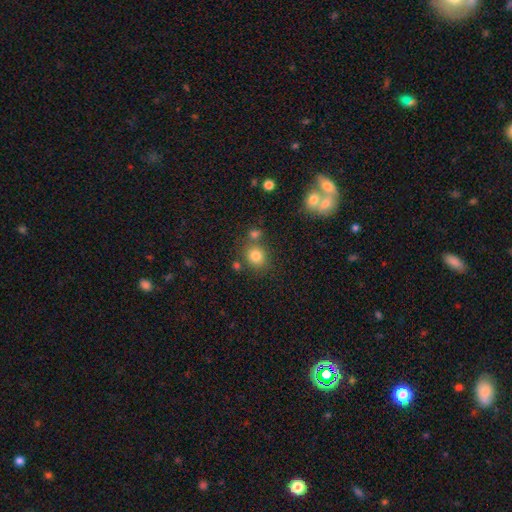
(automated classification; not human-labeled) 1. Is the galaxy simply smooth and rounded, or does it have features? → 81% smooth, 12% star or artifact, 7% featured or disk.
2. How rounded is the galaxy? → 80% round, 19% in between, 1% cigar-shaped.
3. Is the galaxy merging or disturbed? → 70% none, 15% merger, 11% minor disturbance, 4% major disturbance.